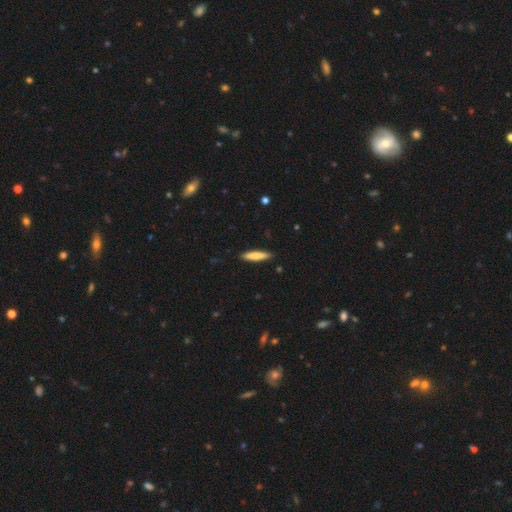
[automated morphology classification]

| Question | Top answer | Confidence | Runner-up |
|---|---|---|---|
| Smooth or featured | smooth | 74% | featured or disk (20%) |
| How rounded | cigar-shaped | 85% | in between (14%) |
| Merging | none | 90% | minor disturbance (8%) |